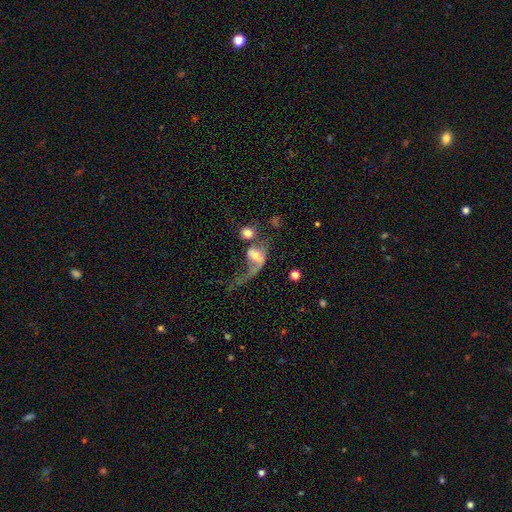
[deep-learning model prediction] Smooth or featured?
  - featured or disk: 53% *
  - smooth: 37%
  - star or artifact: 10%
Edge-on disk?
  - no: 94% *
  - yes: 6%
Merging?
  - major disturbance: 40% *
  - merger: 38%
  - none: 14%
  - minor disturbance: 8%